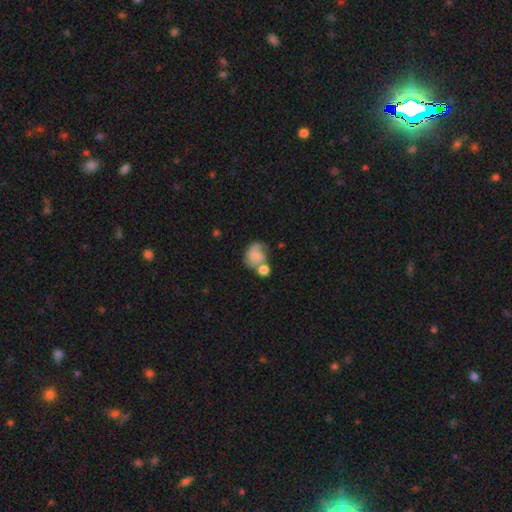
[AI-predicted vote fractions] featured or disk 48%, smooth 42%, star or artifact 10%. Down the decision tree: merging — none (36%).